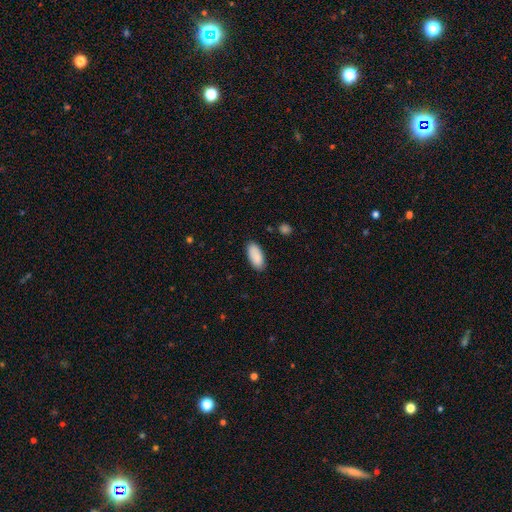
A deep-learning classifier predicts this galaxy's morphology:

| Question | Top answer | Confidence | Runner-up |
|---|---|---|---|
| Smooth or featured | smooth | 90% | star or artifact (6%) |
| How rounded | in between | 90% | cigar-shaped (8%) |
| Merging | none | 86% | minor disturbance (10%) |